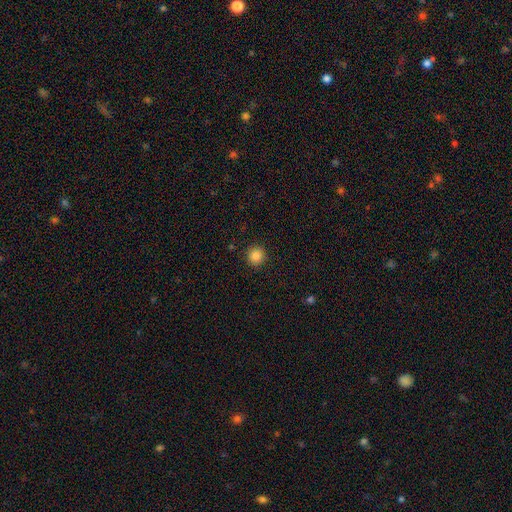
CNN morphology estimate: Smooth or featured?
  - smooth: 85% *
  - star or artifact: 11%
  - featured or disk: 4%
How rounded?
  - round: 93% *
  - in between: 6%
  - cigar-shaped: 1%
Merging?
  - none: 92% *
  - minor disturbance: 5%
  - major disturbance: 2%
  - merger: 1%